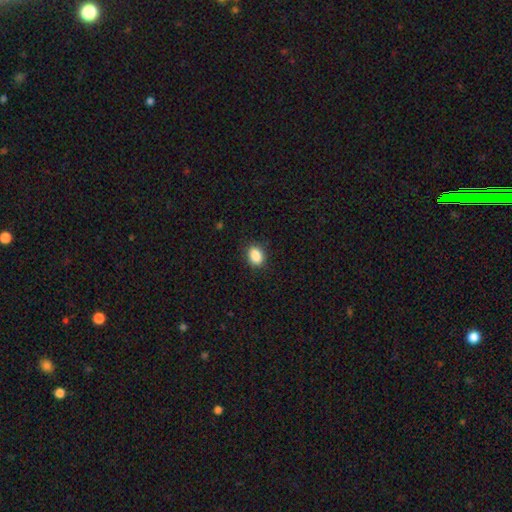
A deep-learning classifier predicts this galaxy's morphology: The model was most divided on "how rounded": in between: 72%, round: 27%, cigar-shaped: 1%. More confident: smooth or featured — smooth (88%); merging — none (87%).